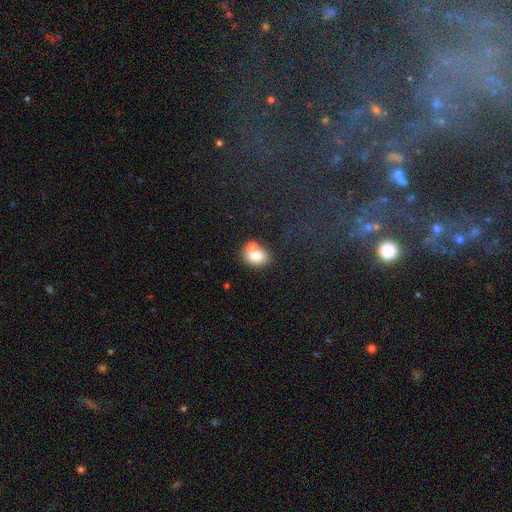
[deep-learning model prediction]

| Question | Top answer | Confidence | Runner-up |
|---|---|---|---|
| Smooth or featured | smooth | 75% | featured or disk (15%) |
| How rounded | in between | 59% | round (40%) |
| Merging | merger | 44% | none (41%) |